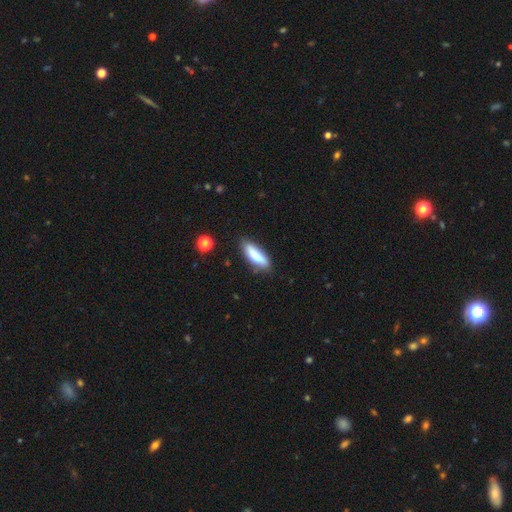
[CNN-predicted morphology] Overall: smooth (77%). How rounded: cigar-shaped (51%; in between 47%). Merging: none (77%).